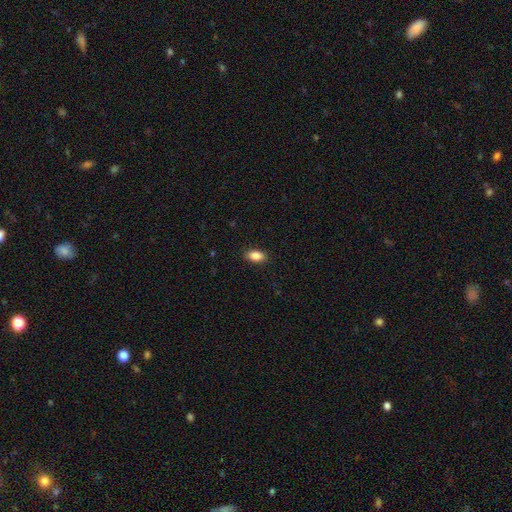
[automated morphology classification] Smooth or featured: smooth — 88% (star or artifact — 8%)
How rounded: in between — 92% (round — 6%)
Merging: none — 89% (minor disturbance — 8%)